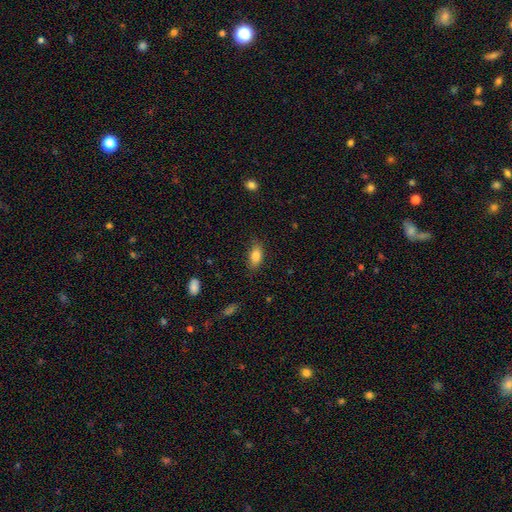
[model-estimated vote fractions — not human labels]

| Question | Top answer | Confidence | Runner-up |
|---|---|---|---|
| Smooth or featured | smooth | 83% | featured or disk (9%) |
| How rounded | in between | 87% | cigar-shaped (8%) |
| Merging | none | 81% | minor disturbance (15%) |